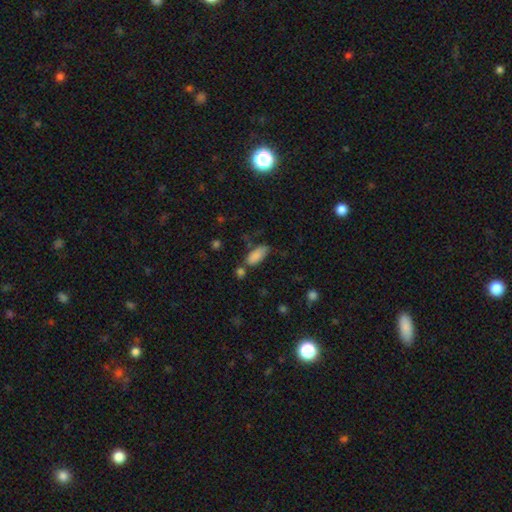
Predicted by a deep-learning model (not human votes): Overall: smooth (85%). How rounded: in between (86%). Merging: none (54%; minor disturbance 24%).